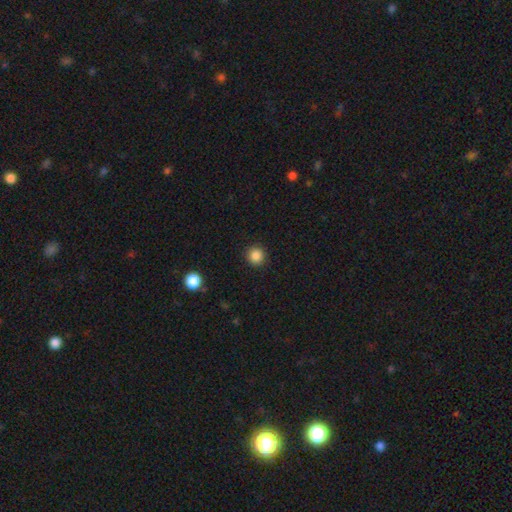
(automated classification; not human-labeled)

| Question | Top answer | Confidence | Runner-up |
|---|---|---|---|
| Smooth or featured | smooth | 86% | star or artifact (11%) |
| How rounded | round | 94% | in between (5%) |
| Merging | none | 92% | minor disturbance (5%) |